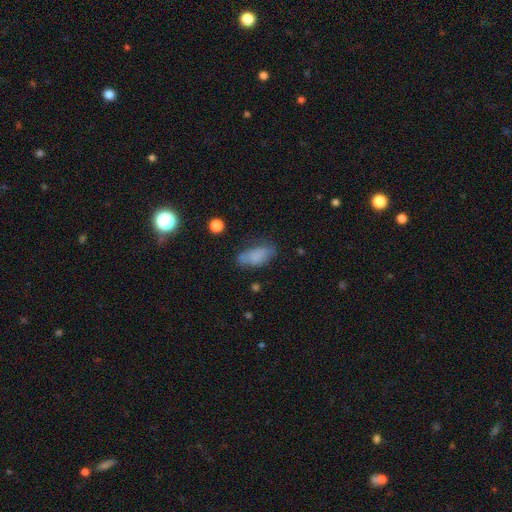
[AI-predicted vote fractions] Smooth or featured?
  - smooth: 78% *
  - featured or disk: 13%
  - star or artifact: 9%
How rounded?
  - in between: 81% *
  - cigar-shaped: 16%
  - round: 3%
Merging?
  - none: 62% *
  - minor disturbance: 26%
  - major disturbance: 9%
  - merger: 3%